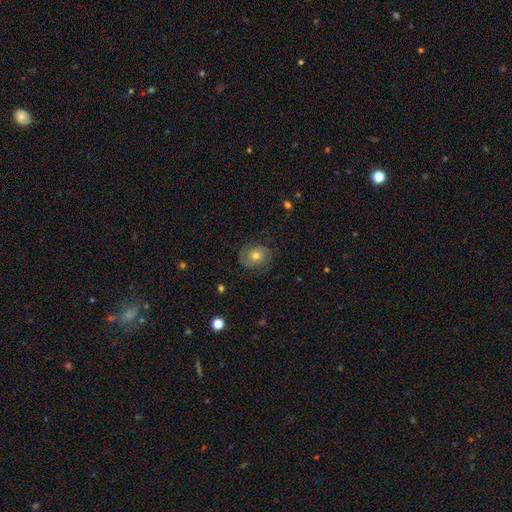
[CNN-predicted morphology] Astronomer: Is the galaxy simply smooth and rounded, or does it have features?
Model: featured or disk — 57% (runner-up: smooth, 33%).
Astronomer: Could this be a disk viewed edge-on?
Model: no — 97%.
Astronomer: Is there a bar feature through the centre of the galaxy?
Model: no — 81%.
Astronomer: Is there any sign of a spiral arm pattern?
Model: yes — 84%.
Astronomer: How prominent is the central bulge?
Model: moderate — 67%.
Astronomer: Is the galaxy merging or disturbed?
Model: none — 79%.